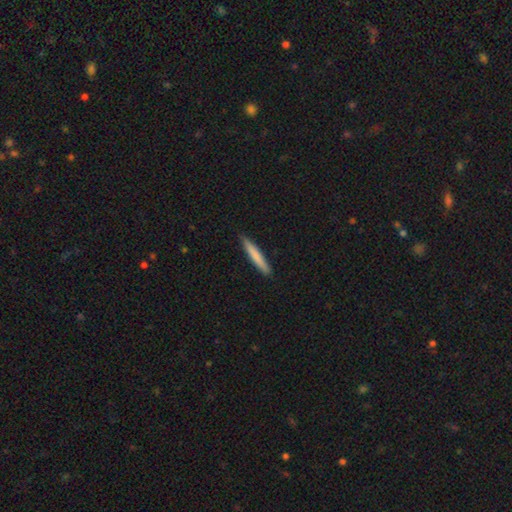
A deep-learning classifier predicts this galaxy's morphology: This appears to be a smooth galaxy with no disk features (76%) that is cigar-shaped (95%). Merging: none (90%).